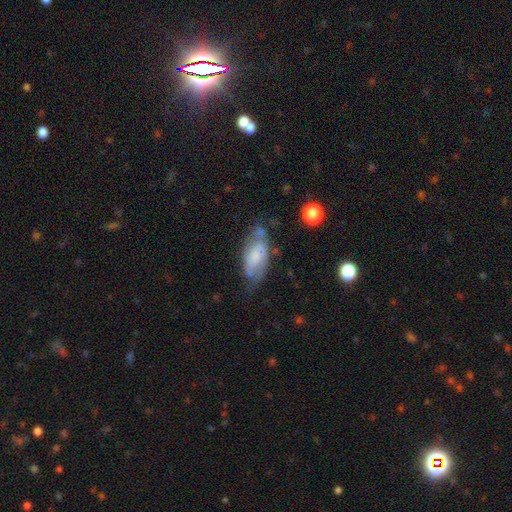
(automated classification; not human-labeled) smooth-or-featured: featured or disk: 49% | smooth: 43% | star or artifact: 8%
  merging: none: 46% | minor disturbance: 30% | major disturbance: 18% | merger: 6%